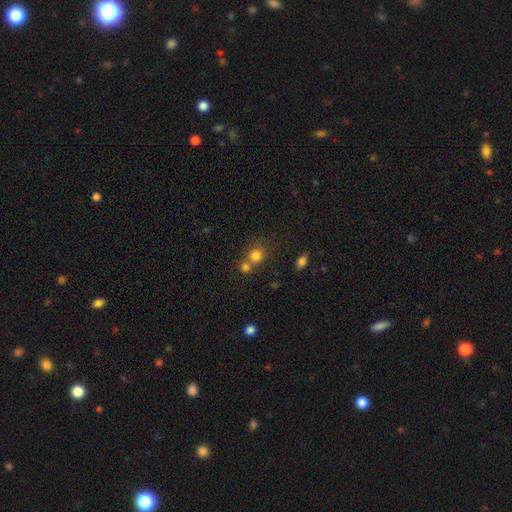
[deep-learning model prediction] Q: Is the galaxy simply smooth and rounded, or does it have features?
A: smooth — 78%.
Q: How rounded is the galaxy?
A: round — 80%.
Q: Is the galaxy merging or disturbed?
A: none — 48%.